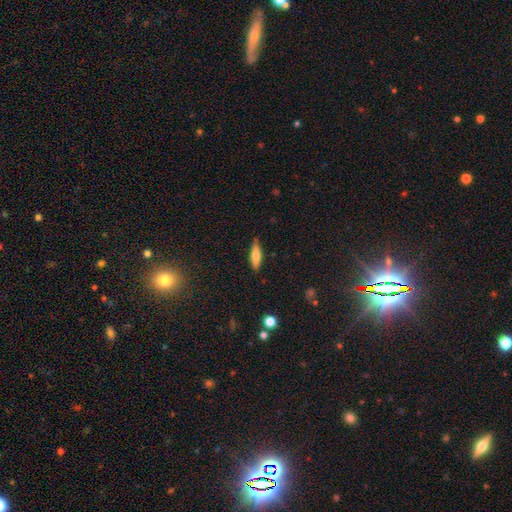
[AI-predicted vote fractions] smooth_or_featured: smooth (p=0.60) [alt: featured or disk p=0.33]
how_rounded: cigar-shaped (p=0.68) [alt: in between p=0.30]
merging: none (p=0.86) [alt: minor disturbance p=0.11]